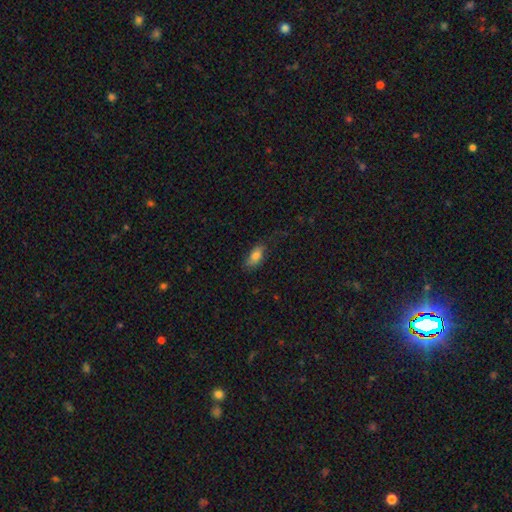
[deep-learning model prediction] The model was most divided on "merging": none: 71%, minor disturbance: 22%, major disturbance: 6%, merger: 1%. More confident: how rounded — in between (87%); smooth or featured — smooth (80%).